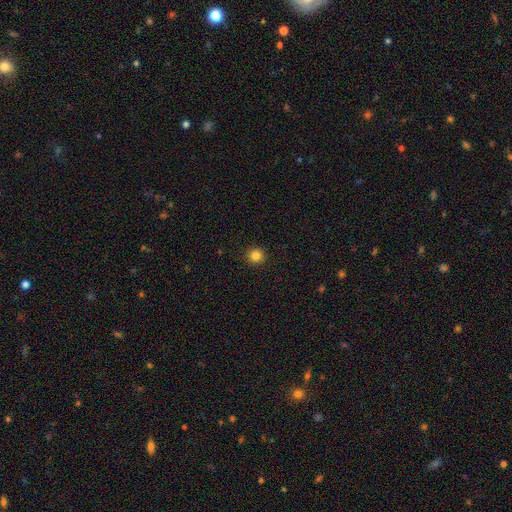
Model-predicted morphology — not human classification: A smooth galaxy with no disk features (84%) that is round (96%). Merging: none (93%).